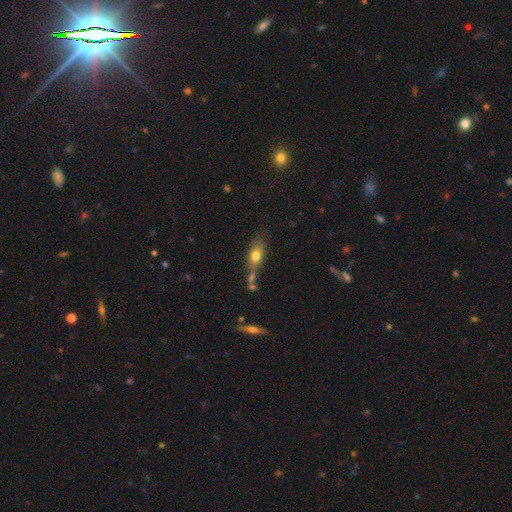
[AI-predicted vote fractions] Morphology: type=smooth (69%); roundness=in between (69%); merging=none (46%).